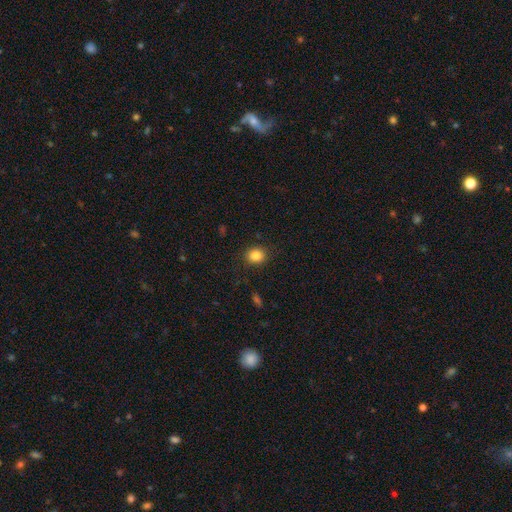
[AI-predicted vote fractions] Smooth or featured? Predicted: smooth (p=0.85). How rounded? Predicted: round (p=0.67). Merging? Predicted: none (p=0.88).